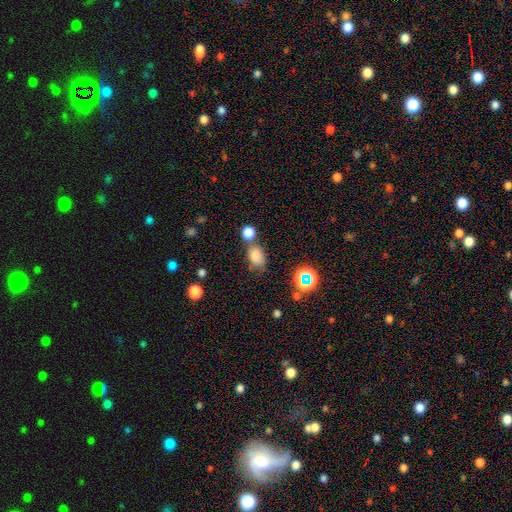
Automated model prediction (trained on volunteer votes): smooth-or-featured: smooth: 77% | star or artifact: 15% | featured or disk: 8%
  how-rounded: in between: 71% | round: 28% | cigar-shaped: 2%
  merging: none: 55% | merger: 23% | minor disturbance: 16% | major disturbance: 6%